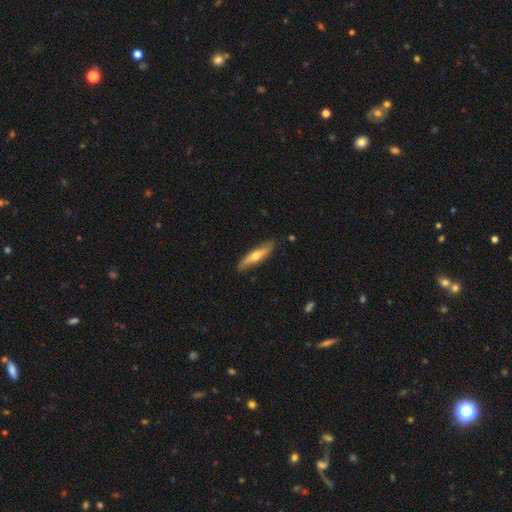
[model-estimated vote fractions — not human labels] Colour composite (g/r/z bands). It shows a featured or disk galaxy (50%) viewed edge-on (76%). Merging: none (83%).